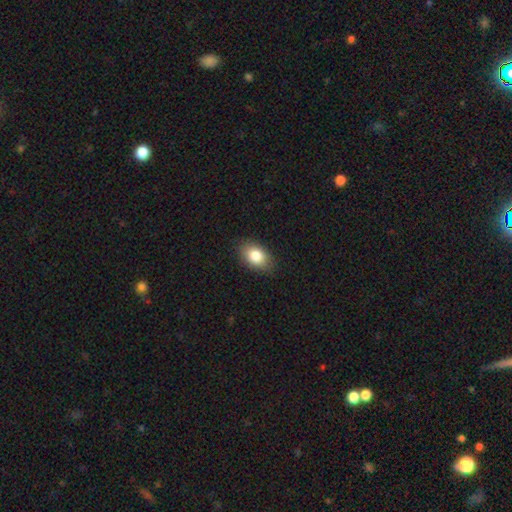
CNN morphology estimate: Smooth or featured: smooth — 83% (featured or disk — 9%)
How rounded: in between — 85% (round — 13%)
Merging: none — 85% (minor disturbance — 12%)